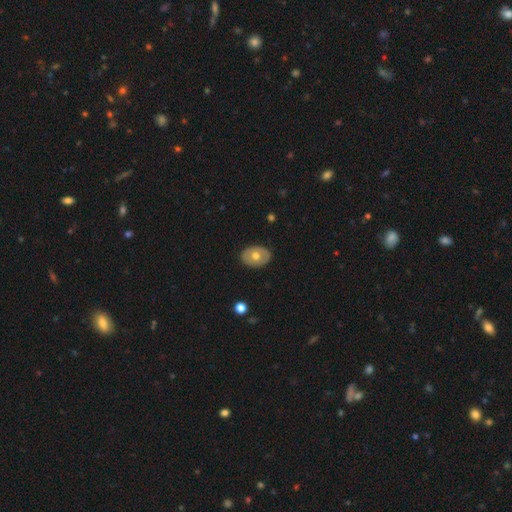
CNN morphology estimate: This is possibly a smooth galaxy (53%). How rounded: likely in between (73%). Merging: clearly none (86%).